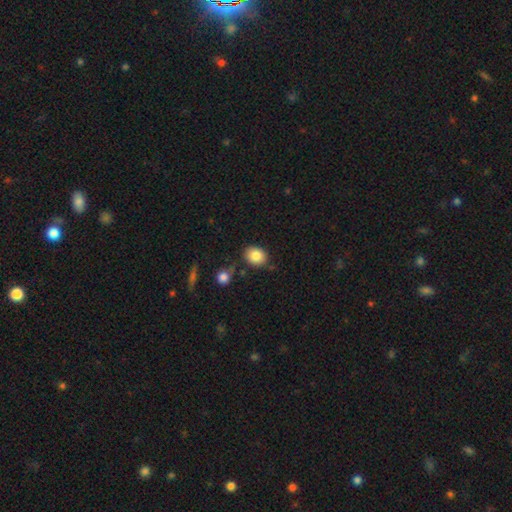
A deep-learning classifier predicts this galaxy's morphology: This appears to be a smooth galaxy with no disk features (84%) that is round (53%). Merging: none (76%).